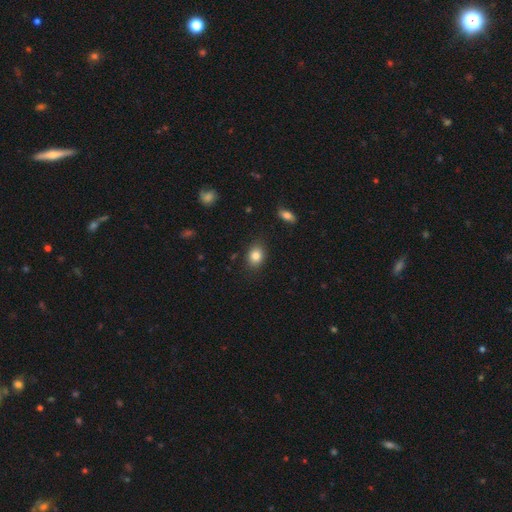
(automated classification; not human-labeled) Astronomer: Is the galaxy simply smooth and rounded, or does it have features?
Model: smooth — 84%.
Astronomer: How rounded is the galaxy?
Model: in between — 61% (runner-up: round, 38%).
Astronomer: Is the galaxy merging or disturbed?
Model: none — 85%.